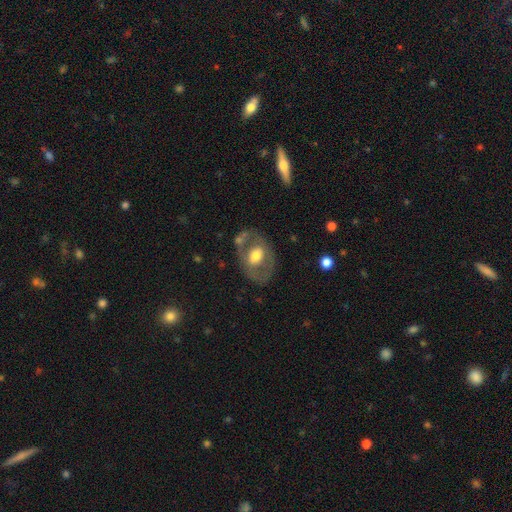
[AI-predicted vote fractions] Morphology: type=featured or disk (54%); edge-on=no (92%); merging=none (61%).